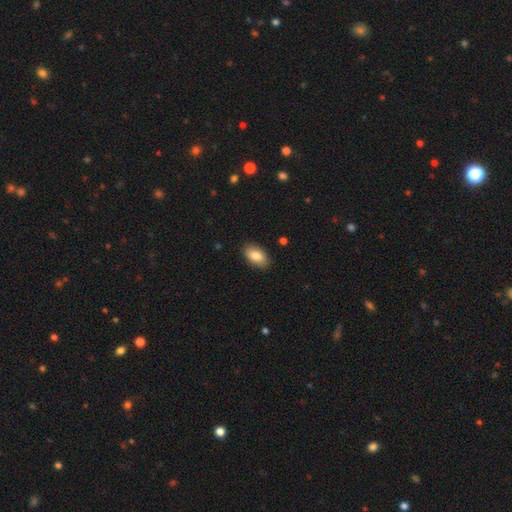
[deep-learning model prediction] The model was most divided on "smooth or featured": smooth: 85%, featured or disk: 8%, star or artifact: 7%. More confident: how rounded — in between (93%); merging — none (87%).